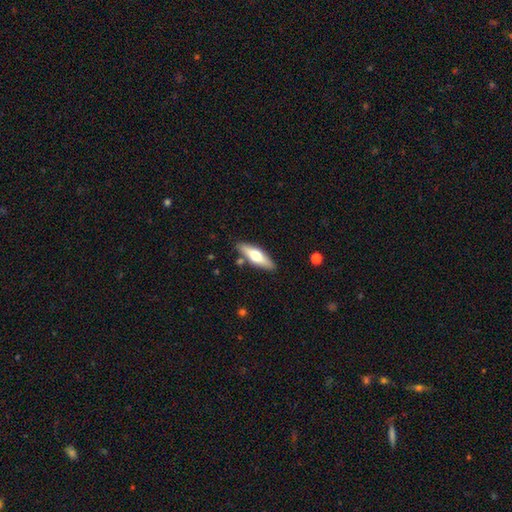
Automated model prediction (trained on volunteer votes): Morphology: type=smooth (53%); roundness=cigar-shaped (57%); merging=none (84%).